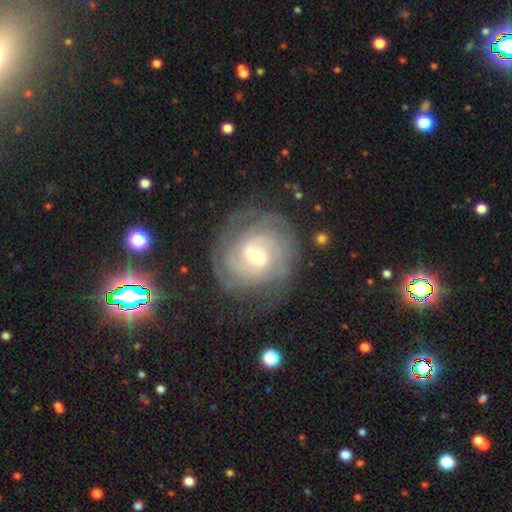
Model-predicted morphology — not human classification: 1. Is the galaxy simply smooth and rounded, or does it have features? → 85% featured or disk, 9% smooth, 6% star or artifact.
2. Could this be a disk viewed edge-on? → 97% no, 3% yes.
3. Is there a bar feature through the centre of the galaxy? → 55% weak, 28% no, 16% strong.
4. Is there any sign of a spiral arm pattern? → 96% yes, 4% no.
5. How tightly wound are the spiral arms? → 71% tight, 23% medium, 5% loose.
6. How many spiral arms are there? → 33% can't tell, 27% 2, 18% 3, 11% 4, 6% more than 4, 5% 1.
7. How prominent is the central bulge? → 51% moderate, 45% small, 3% large, 1% none, 1% dominant.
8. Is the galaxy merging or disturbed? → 76% none, 15% minor disturbance, 7% major disturbance, 2% merger.